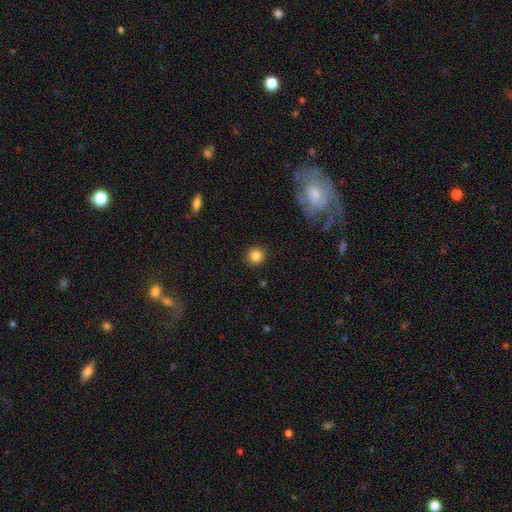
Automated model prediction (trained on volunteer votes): Overall: smooth (84%). How rounded: round (93%). Merging: none (91%).